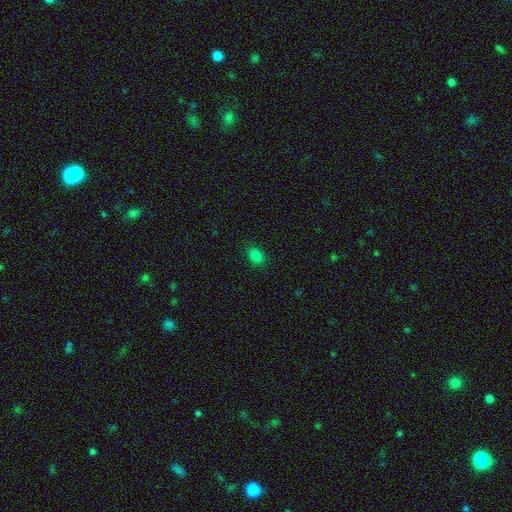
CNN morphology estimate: Overall: smooth (83%). How rounded: in between (75%). Merging: none (88%).